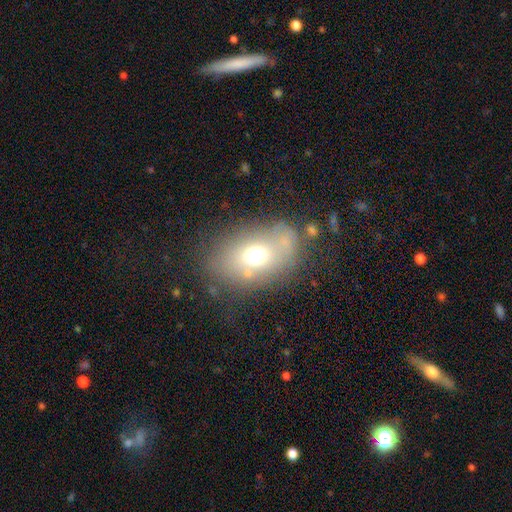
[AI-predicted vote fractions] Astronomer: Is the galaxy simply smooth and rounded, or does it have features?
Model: smooth — 60%.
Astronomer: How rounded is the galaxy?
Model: in between — 77%.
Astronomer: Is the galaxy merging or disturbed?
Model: none — 63%.